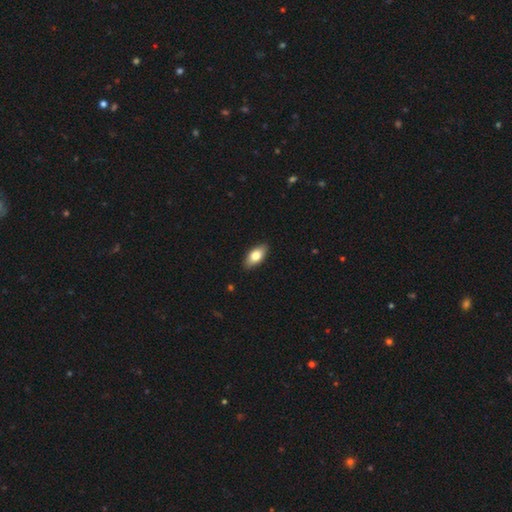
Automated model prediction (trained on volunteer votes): smooth 77%, featured or disk 17%, star or artifact 6%. Down the decision tree: how rounded — in between (89%); merging — none (89%).